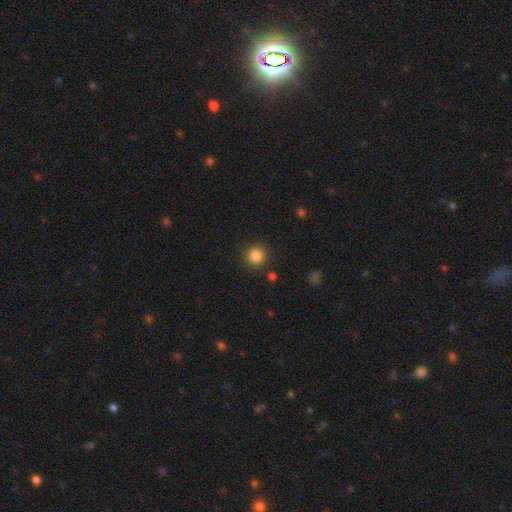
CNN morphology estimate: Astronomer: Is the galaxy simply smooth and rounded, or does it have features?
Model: smooth — 85%.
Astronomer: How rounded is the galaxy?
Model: round — 94%.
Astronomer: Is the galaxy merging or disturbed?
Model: none — 87%.